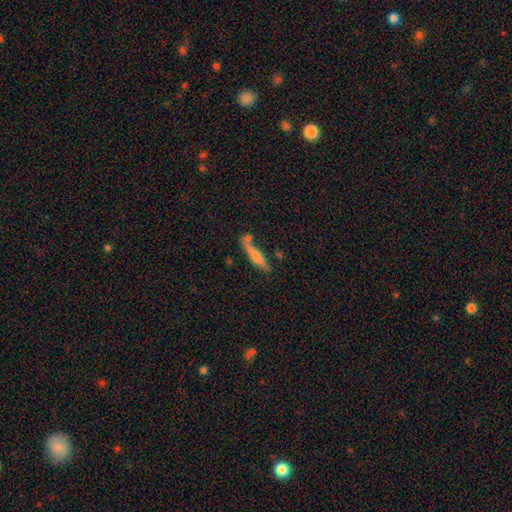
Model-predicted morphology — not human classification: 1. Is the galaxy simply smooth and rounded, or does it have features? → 57% smooth, 36% featured or disk, 7% star or artifact.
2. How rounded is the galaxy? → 85% cigar-shaped, 12% in between, 2% round.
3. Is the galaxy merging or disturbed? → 64% none, 16% minor disturbance, 15% merger, 5% major disturbance.